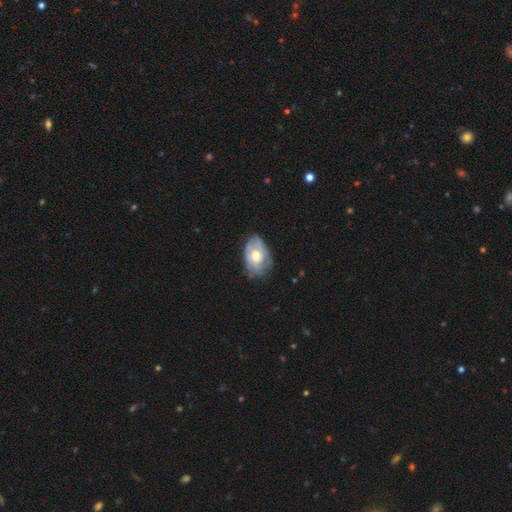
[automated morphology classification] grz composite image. It shows a featured or disk galaxy (63%) with no bar (81%), spiral arms (69%) and a moderate central bulge (70%). Merging: none (65%).